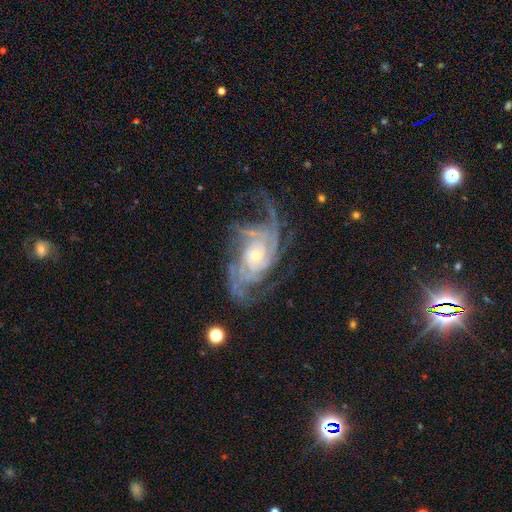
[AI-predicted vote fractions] This is clearly a featured or disk galaxy (91%). It is clearly not viewed edge-on (97%). Bar: likely no (70%). Spiral arm pattern: clearly yes (97%). Spiral arm count: marginally 4 (22%, tied with 3). Spiral winding: possibly tight (52%). Central bulge: likely small (63%). Merging: possibly none (59%).